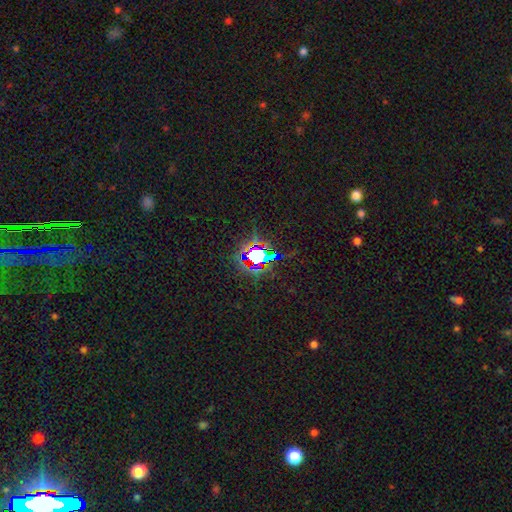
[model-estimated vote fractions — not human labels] Morphology: type=star or artifact (72%).